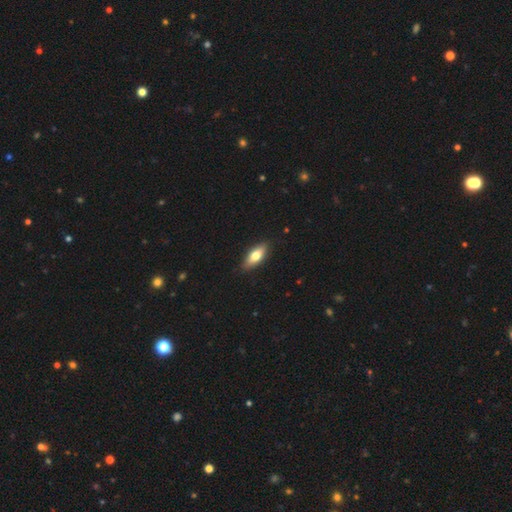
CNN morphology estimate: Overall: smooth (71%). How rounded: in between (75%). Merging: none (86%).